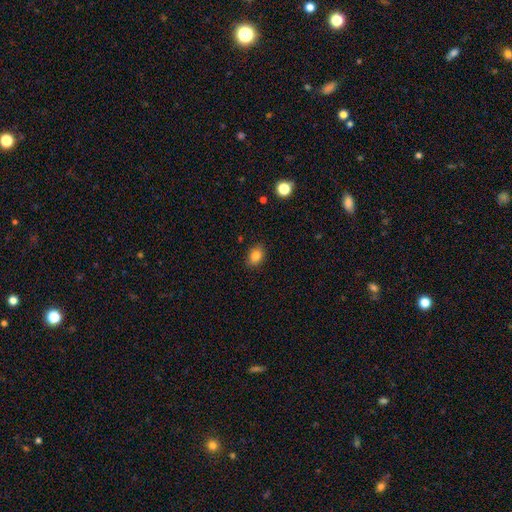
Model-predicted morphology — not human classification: smooth_or_featured: smooth (p=0.83) [alt: star or artifact p=0.10]
how_rounded: in between (p=0.72) [alt: round p=0.27]
merging: none (p=0.86) [alt: minor disturbance p=0.11]